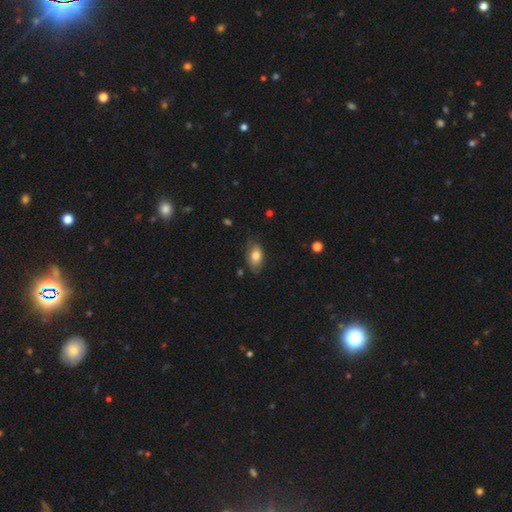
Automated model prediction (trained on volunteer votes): smooth_or_featured: smooth (p=0.78) [alt: featured or disk p=0.15]
how_rounded: in between (p=0.90) [alt: round p=0.08]
merging: none (p=0.69) [alt: minor disturbance p=0.24]